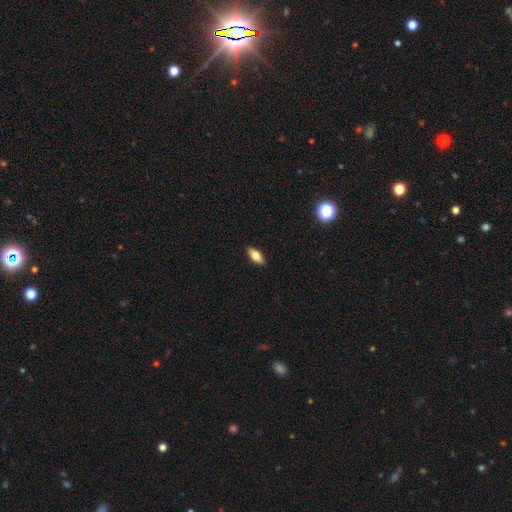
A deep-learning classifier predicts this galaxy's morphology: Overall: smooth (74%). How rounded: in between (84%). Merging: none (90%).